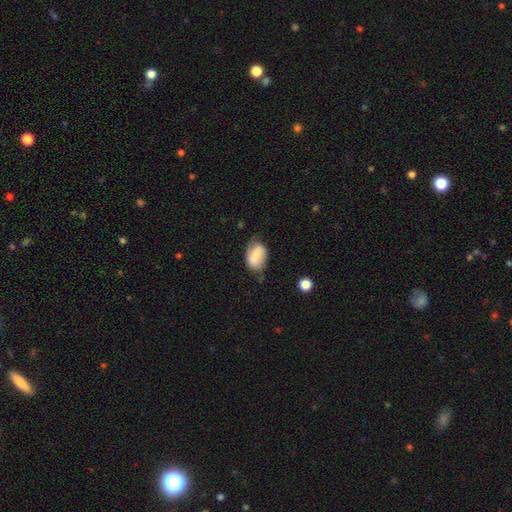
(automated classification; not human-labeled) Morphology: type=smooth (55%); roundness=in between (85%); merging=none (57%).